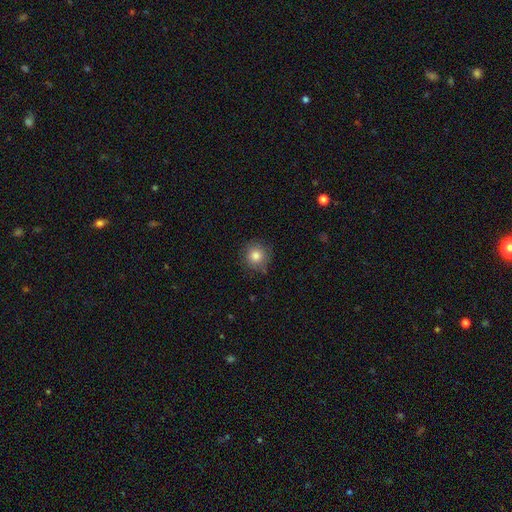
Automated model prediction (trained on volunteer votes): Q: Smooth or featured?
A: smooth (83%); runner-up: star or artifact (10%)
Q: How rounded?
A: round (94%); runner-up: in between (5%)
Q: Merging?
A: none (85%); runner-up: minor disturbance (11%)